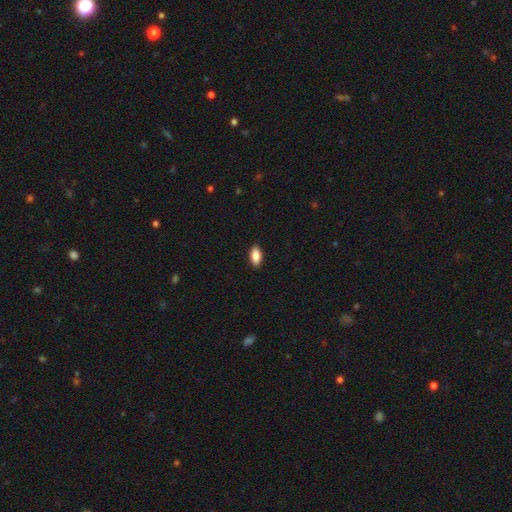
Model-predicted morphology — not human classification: The model was most divided on "how rounded": in between: 87%, cigar-shaped: 10%, round: 3%. More confident: merging — none (90%); smooth or featured — smooth (86%).